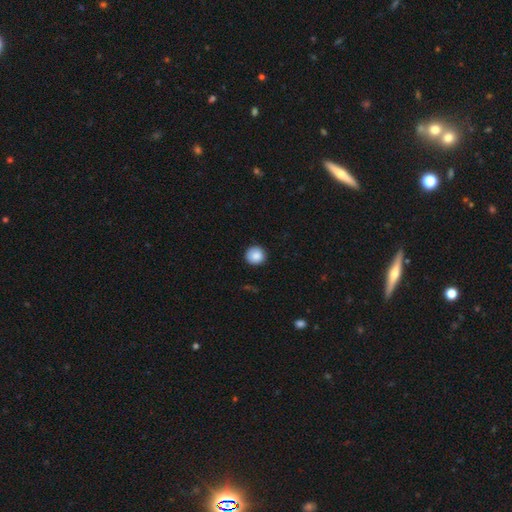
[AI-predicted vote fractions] Morphology: type=smooth (88%); roundness=round (94%); merging=none (91%).